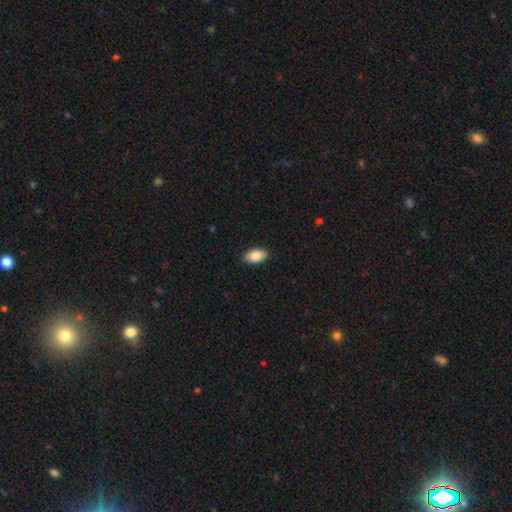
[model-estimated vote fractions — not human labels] smooth-or-featured: smooth: 88% | star or artifact: 7% | featured or disk: 6%
  how-rounded: in between: 93% | round: 4% | cigar-shaped: 2%
  merging: none: 88% | minor disturbance: 10% | major disturbance: 2% | merger: 1%